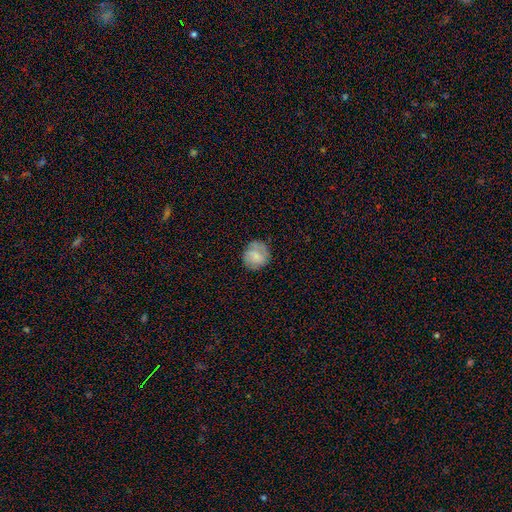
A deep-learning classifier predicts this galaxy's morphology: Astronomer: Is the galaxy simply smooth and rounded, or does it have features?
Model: smooth — 72%.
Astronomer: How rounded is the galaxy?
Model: round — 84%.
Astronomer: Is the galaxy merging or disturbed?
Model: none — 73%.